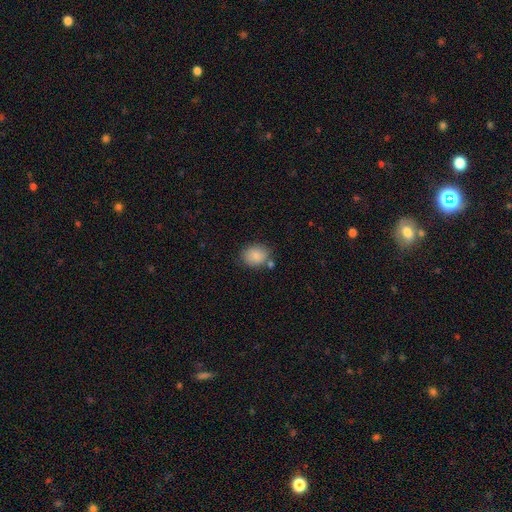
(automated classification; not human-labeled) Smooth or featured?
  - smooth: 85% *
  - star or artifact: 8%
  - featured or disk: 6%
How rounded?
  - round: 55% *
  - in between: 44%
  - cigar-shaped: 1%
Merging?
  - none: 72% *
  - minor disturbance: 15%
  - merger: 9%
  - major disturbance: 4%